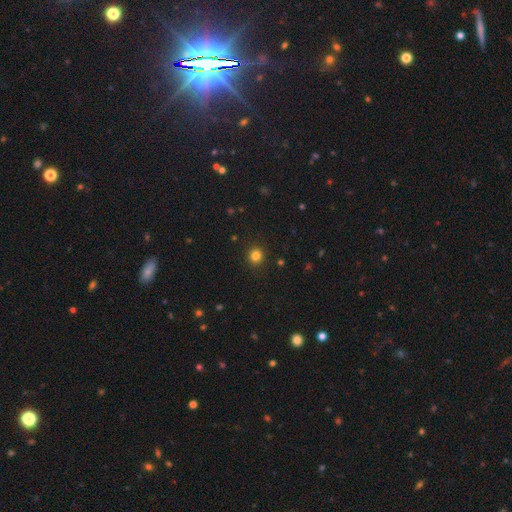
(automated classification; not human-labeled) Smooth or featured: smooth — 83% (star or artifact — 13%)
How rounded: round — 88% (in between — 11%)
Merging: none — 91% (minor disturbance — 6%)